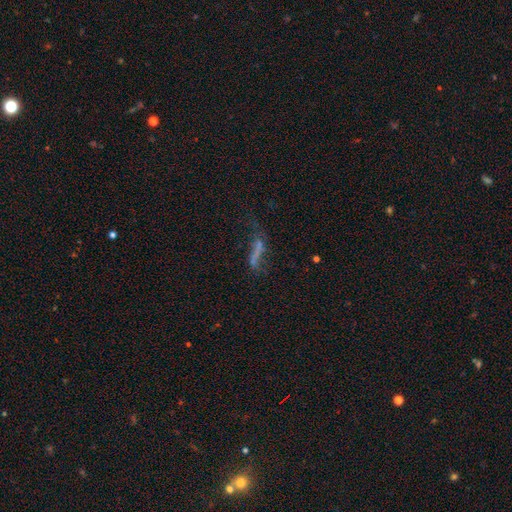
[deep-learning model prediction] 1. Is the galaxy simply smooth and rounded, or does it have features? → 41% featured or disk, 30% star or artifact, 30% smooth.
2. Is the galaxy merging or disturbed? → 42% none, 29% major disturbance, 18% minor disturbance, 11% merger.